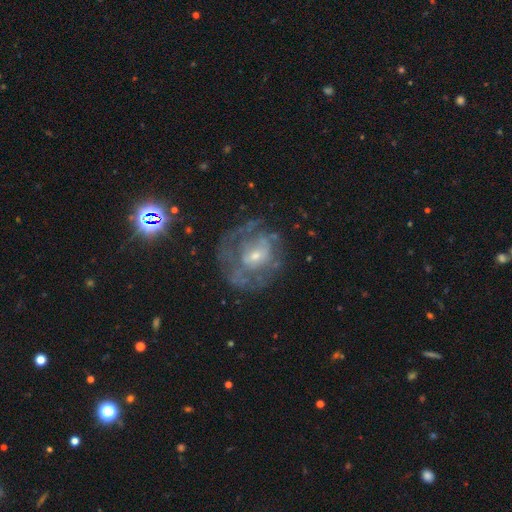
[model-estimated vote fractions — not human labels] Morphology: type=featured or disk (68%); edge-on=no (97%); bar=no (61%); spiral arms=no (51%); bulge=small (59%); merging=none (53%).